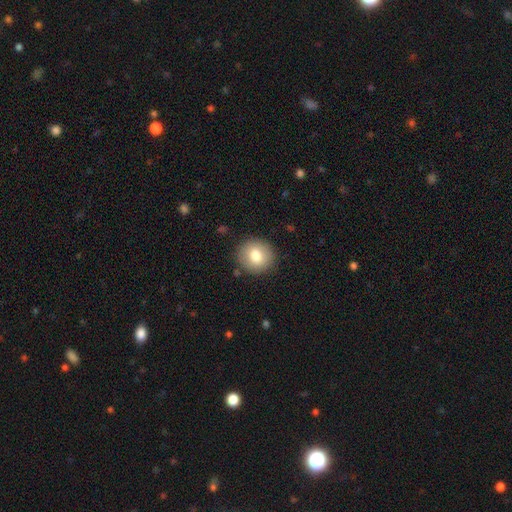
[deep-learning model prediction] Smooth or featured? Predicted: smooth (p=0.79). How rounded? Predicted: round (p=0.88). Merging? Predicted: none (p=0.89).